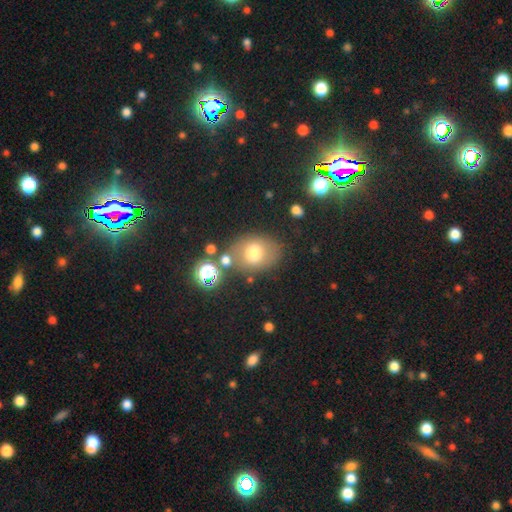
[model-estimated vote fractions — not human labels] Overall: smooth (70%). How rounded: in between (57%; round 42%). Merging: none (70%).